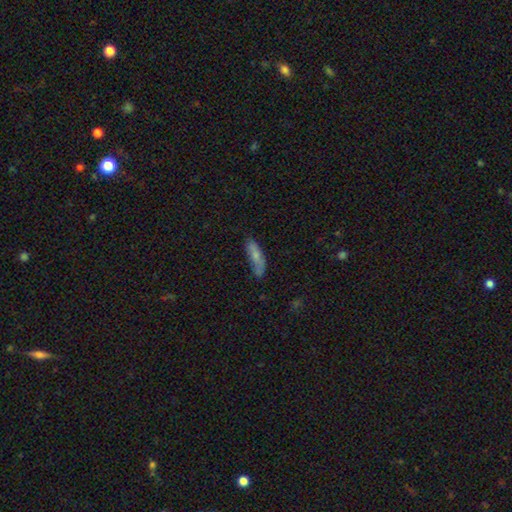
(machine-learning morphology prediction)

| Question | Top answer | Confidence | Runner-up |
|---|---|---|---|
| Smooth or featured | smooth | 72% | featured or disk (21%) |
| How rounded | cigar-shaped | 57% | in between (41%) |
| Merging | none | 60% | minor disturbance (28%) |